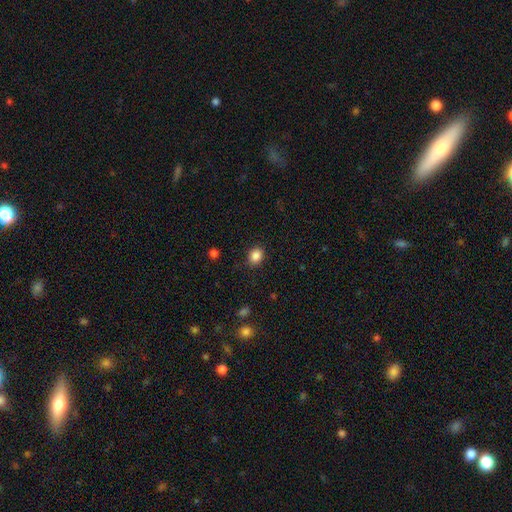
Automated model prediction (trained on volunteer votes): Morphology: type=smooth (87%); roundness=round (55%); merging=none (86%).